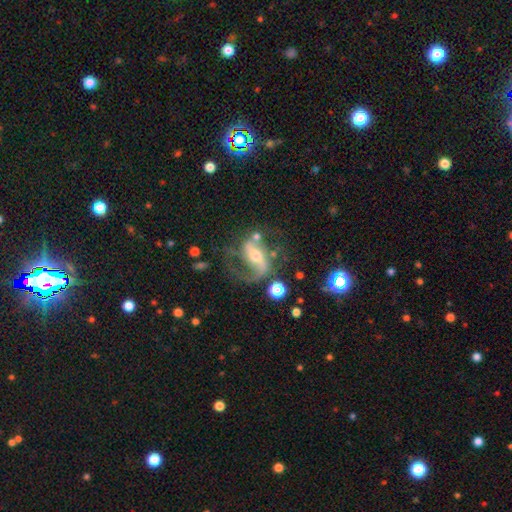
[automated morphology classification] This is clearly a featured or disk galaxy (84%). It is clearly not viewed edge-on (96%). Bar: possibly strong (46%). Spiral arm pattern: clearly yes (92%). Spiral arm count: likely 2 (73%). Spiral winding: possibly loose (51%). Central bulge: likely moderate (62%). Merging: possibly none (50%).